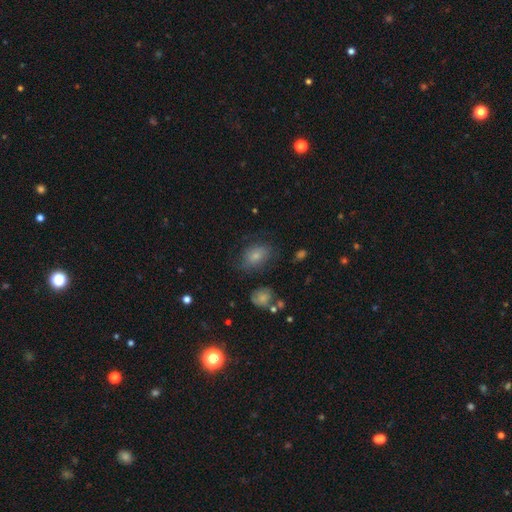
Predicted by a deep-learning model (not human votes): A smooth galaxy with no disk features (70%) that is in between round and cigar-shaped (74%). Merging: none (60%).